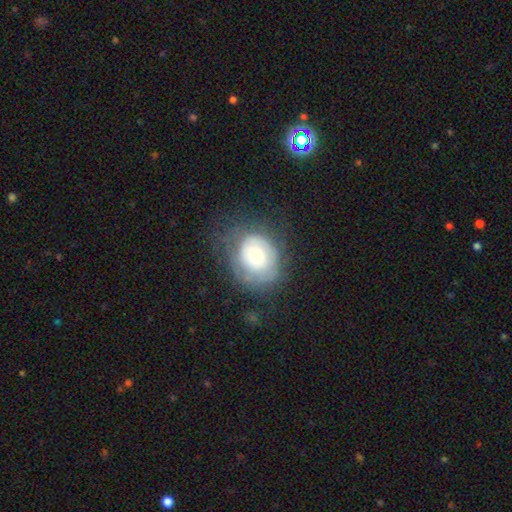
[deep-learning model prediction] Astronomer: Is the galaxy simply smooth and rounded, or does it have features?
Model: smooth — 55% (runner-up: featured or disk, 36%).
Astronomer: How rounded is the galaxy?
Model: round — 72%.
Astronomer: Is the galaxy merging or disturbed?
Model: none — 52%.